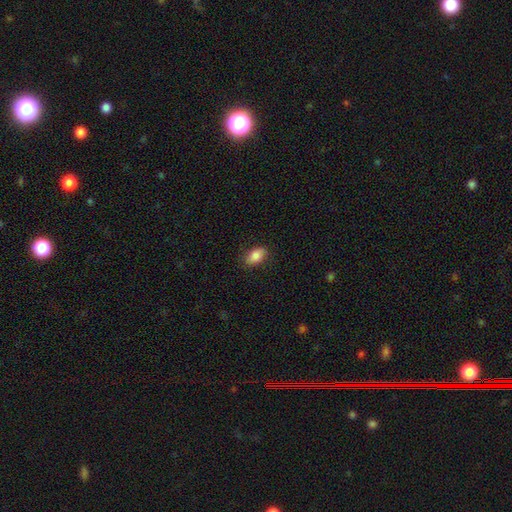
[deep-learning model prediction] Smooth or featured? Predicted: smooth (p=0.84). How rounded? Predicted: in between (p=0.90). Merging? Predicted: none (p=0.82).